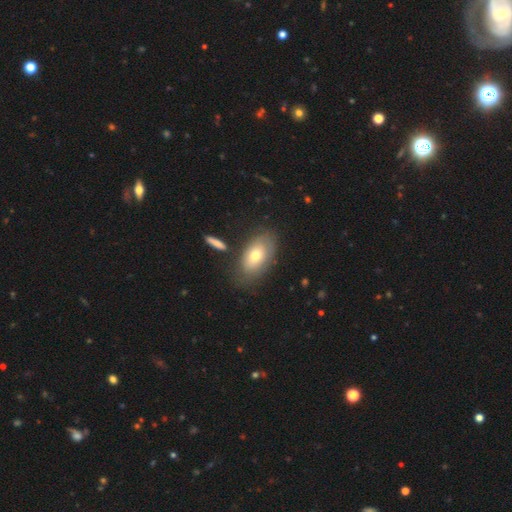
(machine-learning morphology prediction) This is likely a smooth galaxy (63%). How rounded: clearly in between (90%). Merging: likely none (72%).